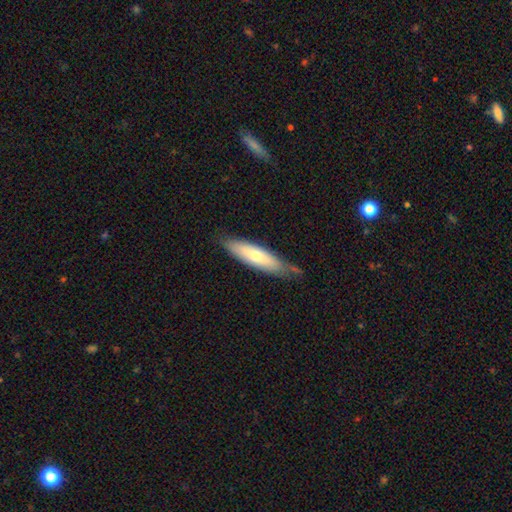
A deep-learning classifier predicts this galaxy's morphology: This is likely a smooth galaxy (63%). How rounded: likely cigar-shaped (61%). Merging: likely none (69%).